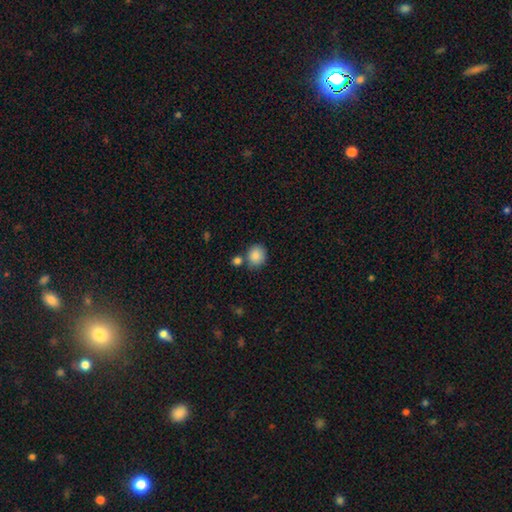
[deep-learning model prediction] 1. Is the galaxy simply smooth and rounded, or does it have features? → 87% smooth, 9% star or artifact, 4% featured or disk.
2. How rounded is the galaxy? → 80% round, 19% in between, 1% cigar-shaped.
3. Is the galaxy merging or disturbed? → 70% none, 15% merger, 11% minor disturbance, 3% major disturbance.